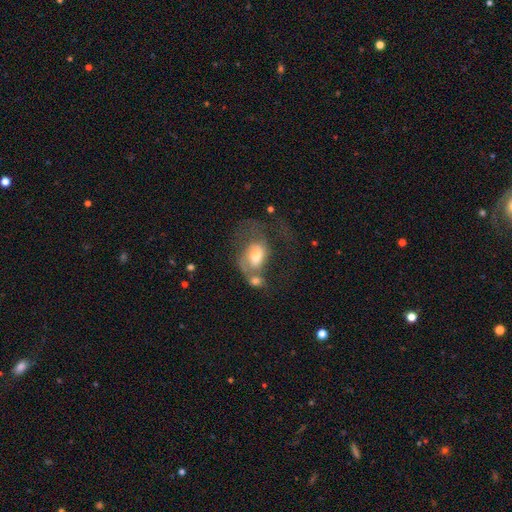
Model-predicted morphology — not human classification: smooth-or-featured: featured or disk: 49% | smooth: 43% | star or artifact: 8%
  merging: merger: 41% | major disturbance: 30% | none: 18% | minor disturbance: 11%